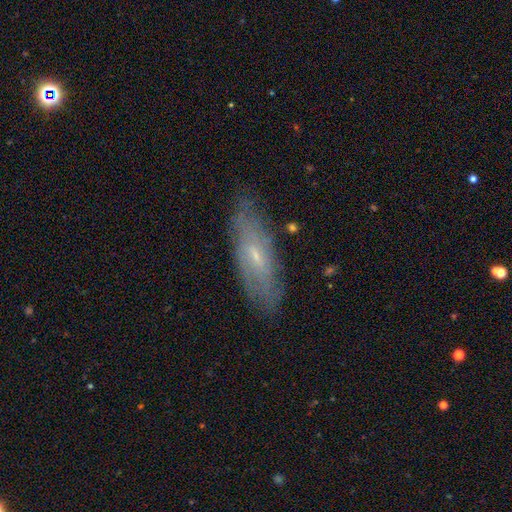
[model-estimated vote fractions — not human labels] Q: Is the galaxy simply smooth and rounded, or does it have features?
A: featured or disk — 57%.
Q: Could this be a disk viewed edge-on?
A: no — 71%.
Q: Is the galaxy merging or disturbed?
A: none — 77%.